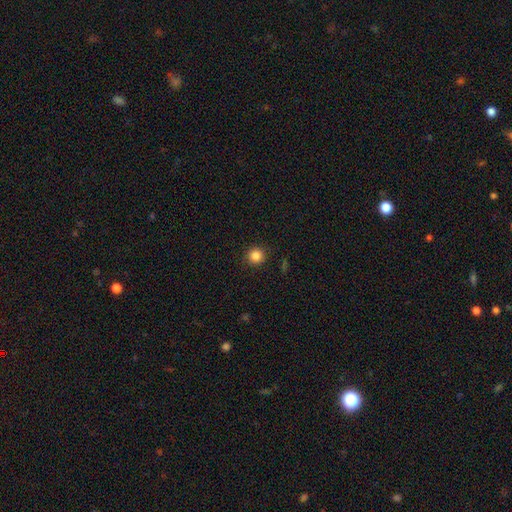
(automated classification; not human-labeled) Smooth or featured? Predicted: smooth (p=0.85). How rounded? Predicted: round (p=0.93). Merging? Predicted: none (p=0.91).